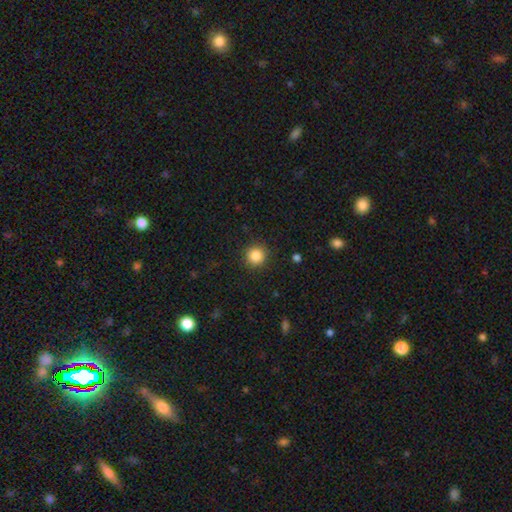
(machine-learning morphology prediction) Overall: smooth (85%). How rounded: round (94%). Merging: none (90%).